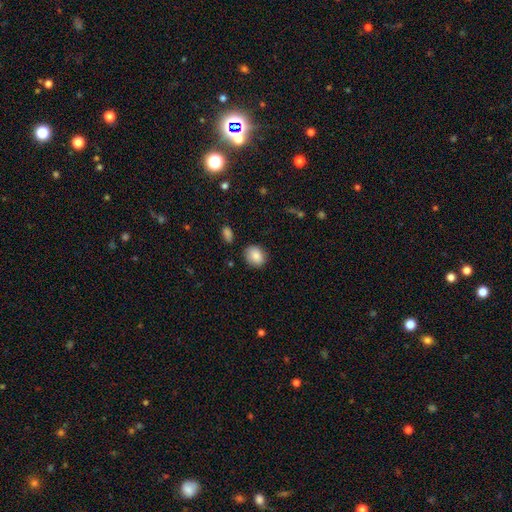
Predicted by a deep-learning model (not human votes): Morphology: type=smooth (85%); roundness=round (55%); merging=none (82%).